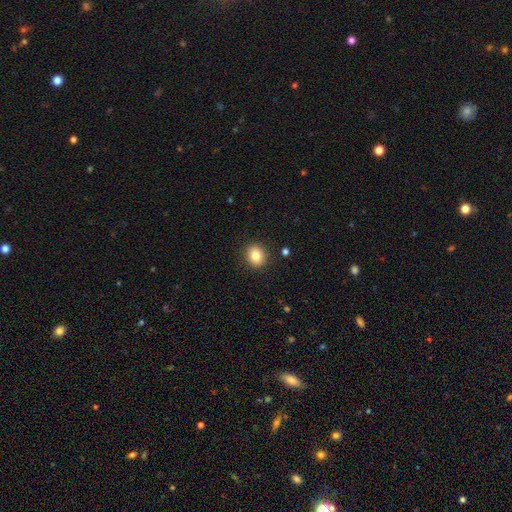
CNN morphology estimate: type=smooth (83%); roundness=round (75%); merging=none (90%).